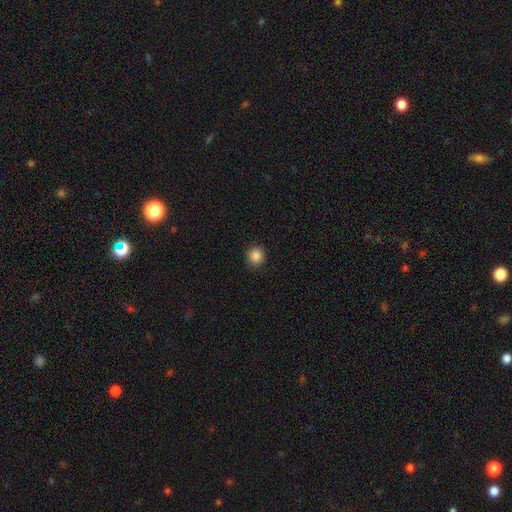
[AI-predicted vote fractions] smooth-or-featured: smooth: 87% | star or artifact: 10% | featured or disk: 3%
  how-rounded: round: 87% | in between: 12% | cigar-shaped: 1%
  merging: none: 89% | minor disturbance: 8% | major disturbance: 2% | merger: 1%